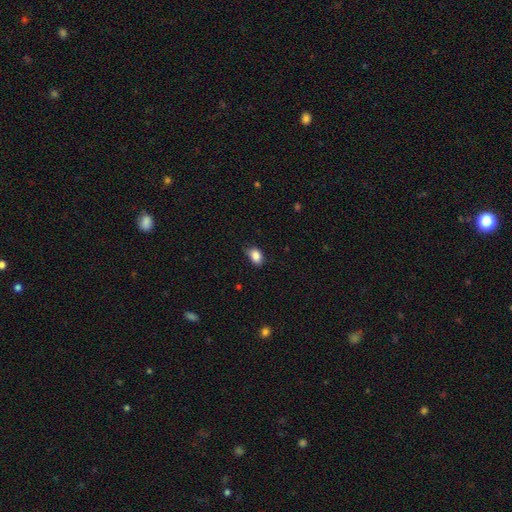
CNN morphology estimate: Smooth or featured? Predicted: smooth (p=0.87). How rounded? Predicted: in between (p=0.79). Merging? Predicted: none (p=0.67).